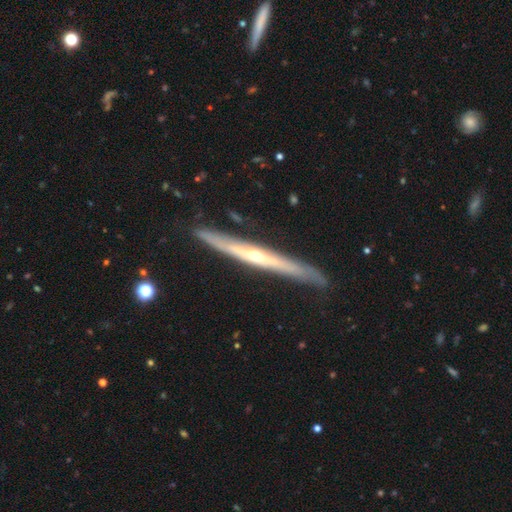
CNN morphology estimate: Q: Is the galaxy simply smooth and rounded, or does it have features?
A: featured or disk — 79%.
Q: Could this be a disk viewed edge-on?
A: yes — 95%.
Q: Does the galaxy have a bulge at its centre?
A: rounded — 74%.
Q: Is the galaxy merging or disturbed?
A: none — 83%.